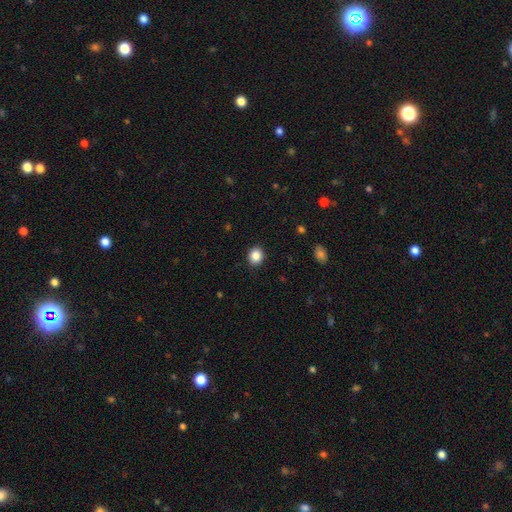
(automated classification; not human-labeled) Q: Smooth or featured?
A: smooth (86%); runner-up: star or artifact (10%)
Q: How rounded?
A: round (78%); runner-up: in between (21%)
Q: Merging?
A: none (91%); runner-up: minor disturbance (6%)